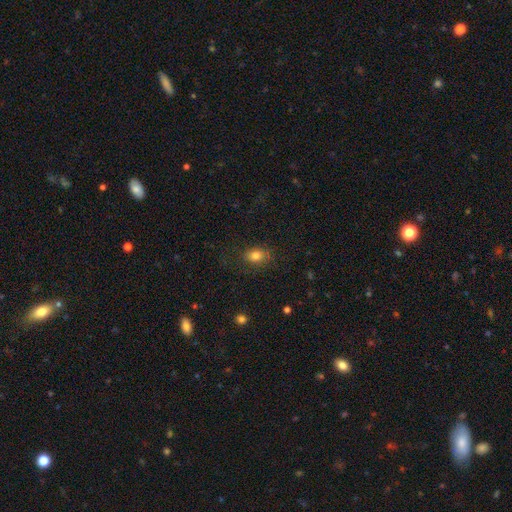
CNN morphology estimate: This appears to be a smooth galaxy with no disk features (81%) that is in between round and cigar-shaped (63%). Merging: none (81%).